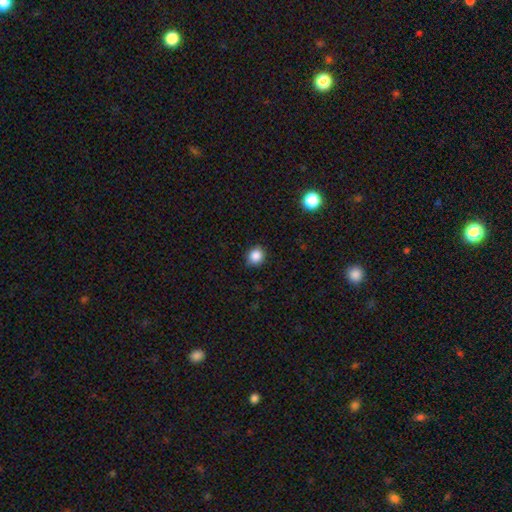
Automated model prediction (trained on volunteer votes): Q: Smooth or featured?
A: smooth (86%); runner-up: star or artifact (10%)
Q: How rounded?
A: round (81%); runner-up: in between (18%)
Q: Merging?
A: none (86%); runner-up: minor disturbance (11%)